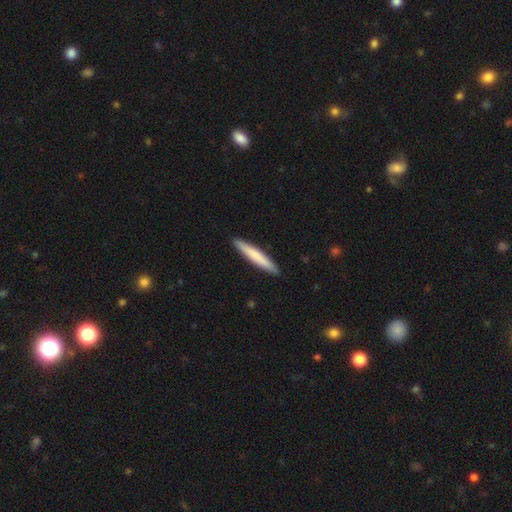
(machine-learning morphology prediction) This is likely a smooth galaxy (73%). How rounded: clearly cigar-shaped (94%). Merging: clearly none (92%).